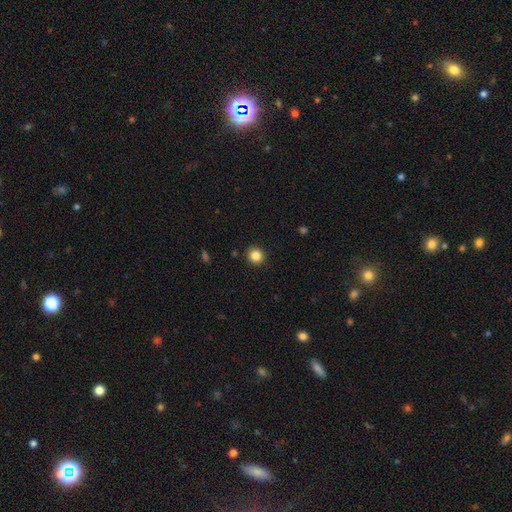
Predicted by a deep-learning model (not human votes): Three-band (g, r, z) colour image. It shows a smooth galaxy with no disk features (85%) that is round (90%). Merging: none (92%).